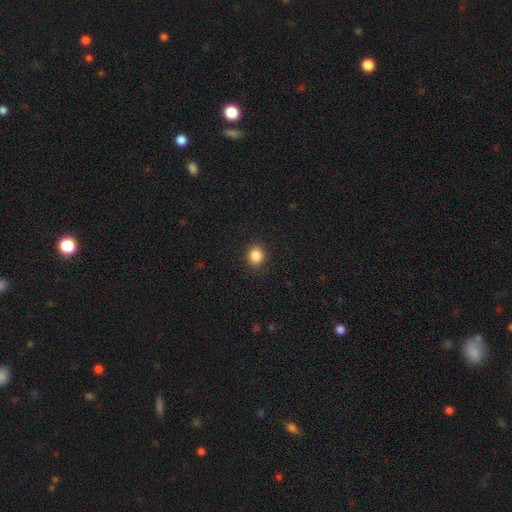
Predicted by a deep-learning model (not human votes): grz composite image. It shows a smooth galaxy with no disk features (87%) that is round (74%). Merging: none (91%).